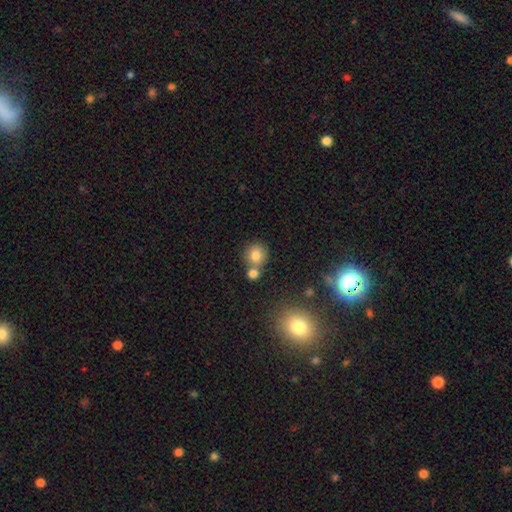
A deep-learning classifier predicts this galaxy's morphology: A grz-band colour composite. It shows a smooth galaxy with no disk features (80%) that is round (86%). Merging: none (56%).